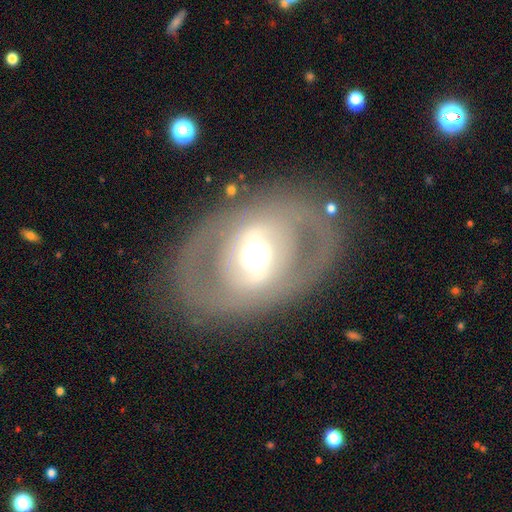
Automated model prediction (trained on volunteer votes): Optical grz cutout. It shows a featured or disk galaxy (65%) with no bar (46%), no spiral arms (76%) and a moderate central bulge (54%). Merging: none (78%).